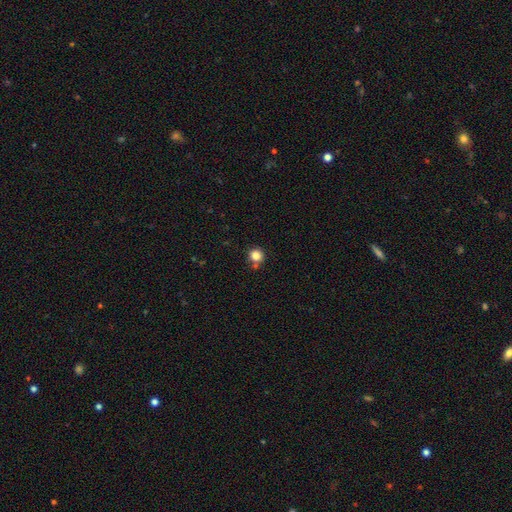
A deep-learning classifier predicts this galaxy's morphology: The model was most divided on "merging": none: 74%, merger: 12%, minor disturbance: 11%, major disturbance: 3%. More confident: how rounded — round (91%); smooth or featured — smooth (83%).